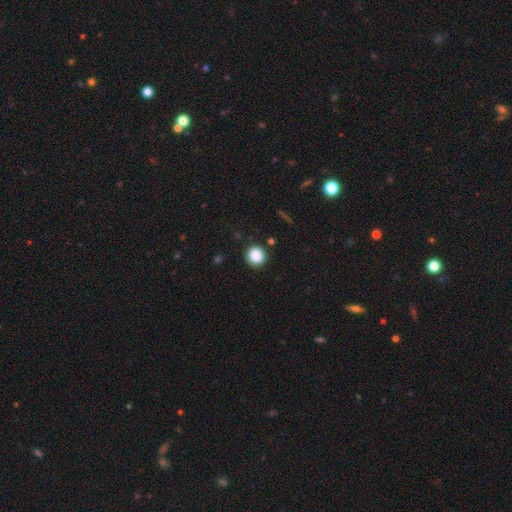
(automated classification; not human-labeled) Smooth or featured? smooth (85%)
How rounded? round (93%)
Merging? none (91%)